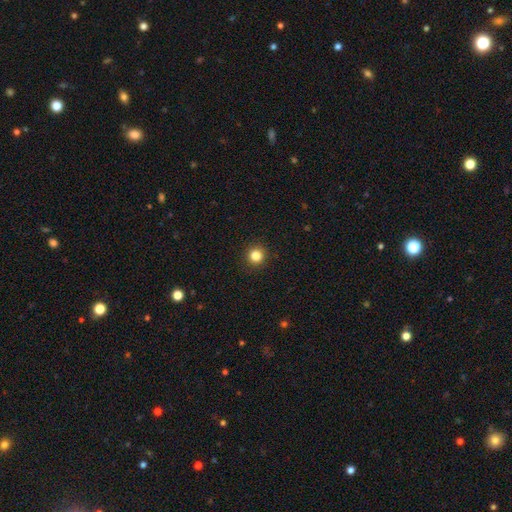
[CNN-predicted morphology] Overall: smooth (85%). How rounded: round (92%). Merging: none (91%).